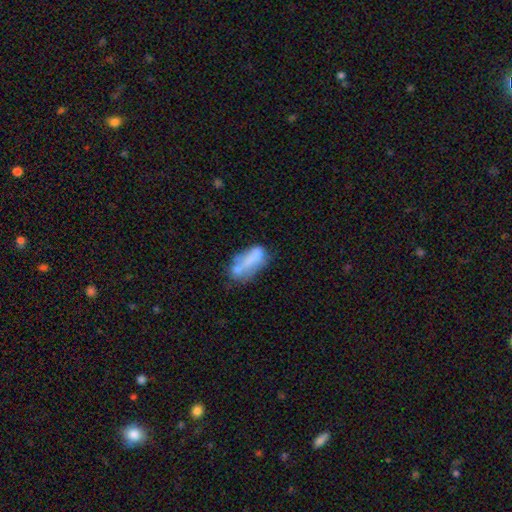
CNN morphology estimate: Overall: smooth (58%; featured or disk 33%). How rounded: in between (69%). Merging: none (33%; merger 27%).